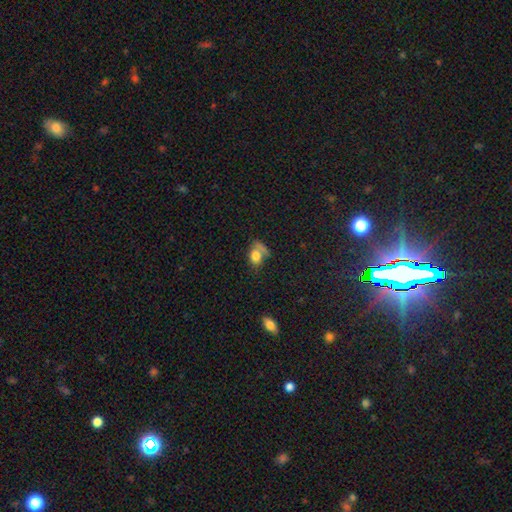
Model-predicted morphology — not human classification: Smooth or featured: smooth — 75% (star or artifact — 12%)
How rounded: in between — 66% (round — 30%)
Merging: none — 41% (merger — 27%)